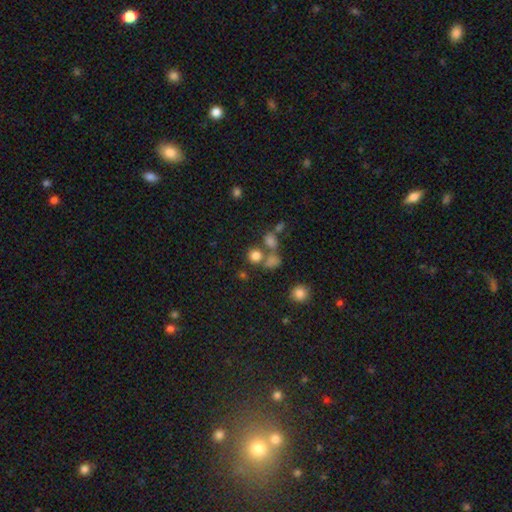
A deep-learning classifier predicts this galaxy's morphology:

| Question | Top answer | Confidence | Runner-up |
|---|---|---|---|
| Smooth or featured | smooth | 75% | star or artifact (16%) |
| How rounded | round | 85% | in between (14%) |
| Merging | none | 59% | merger (27%) |